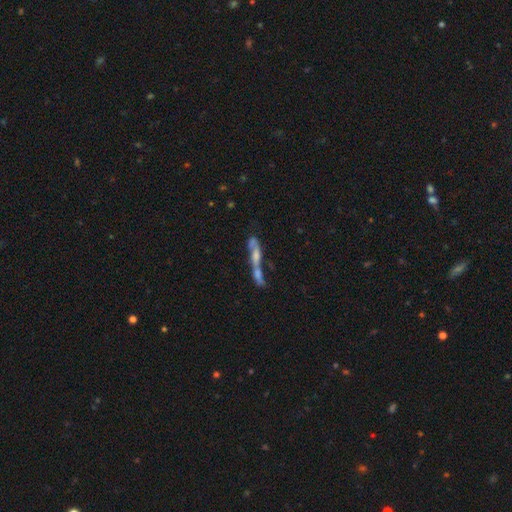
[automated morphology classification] smooth-or-featured: featured or disk: 59% | smooth: 28% | star or artifact: 13%
  disk-edge-on: yes: 55% | no: 45%
  merging: merger: 43% | none: 29% | major disturbance: 14% | minor disturbance: 13%